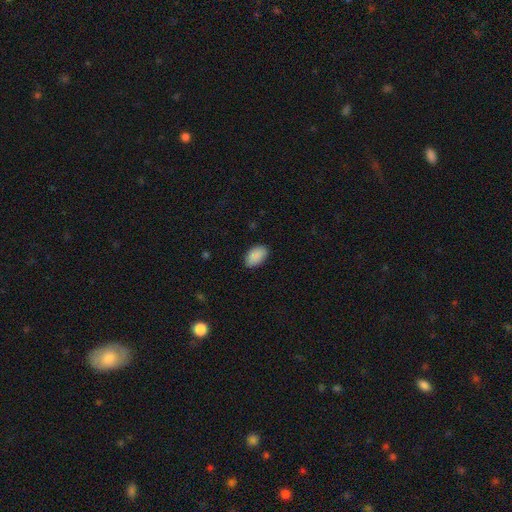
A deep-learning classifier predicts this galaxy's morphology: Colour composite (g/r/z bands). It shows a smooth galaxy with no disk features (90%) that is in between round and cigar-shaped (92%). Merging: none (85%).